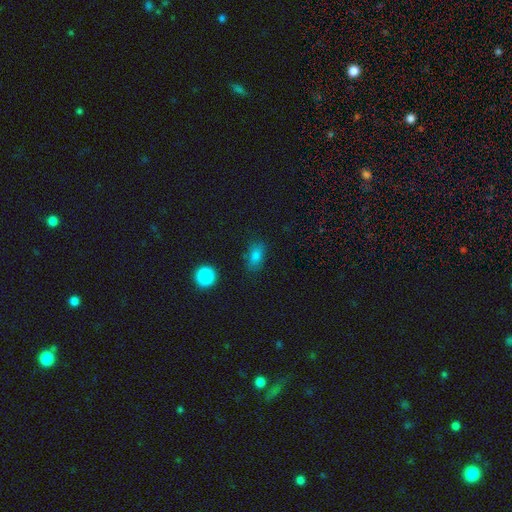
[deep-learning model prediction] Q: Smooth or featured?
A: smooth (77%); runner-up: star or artifact (14%)
Q: How rounded?
A: in between (82%); runner-up: round (14%)
Q: Merging?
A: none (75%); runner-up: minor disturbance (17%)